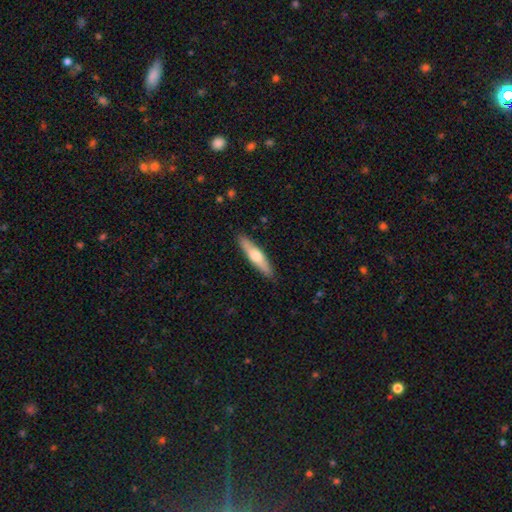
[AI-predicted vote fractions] Smooth or featured? Predicted: smooth (p=0.54). How rounded? Predicted: cigar-shaped (p=0.82). Merging? Predicted: none (p=0.89).